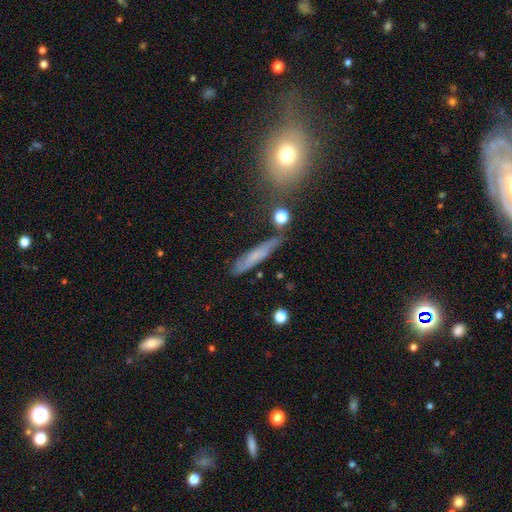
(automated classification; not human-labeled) smooth-or-featured: smooth: 49% | featured or disk: 40% | star or artifact: 11%
  merging: none: 70% | minor disturbance: 20% | major disturbance: 6% | merger: 5%